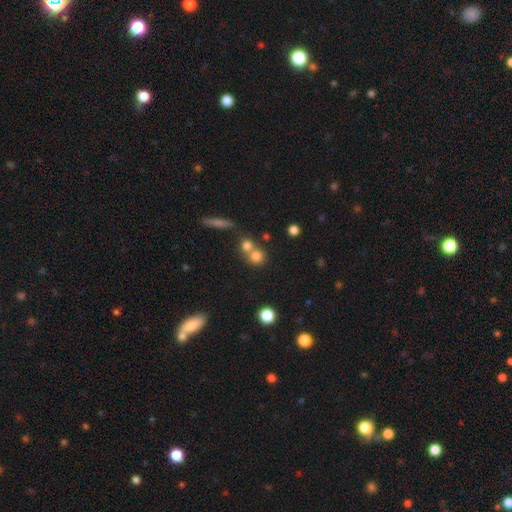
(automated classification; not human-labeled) A smooth galaxy with no disk features (76%) that is round (86%).

Vote fractions:
- Smooth or featured? smooth: 76% / star or artifact: 13% / featured or disk: 11%
- How rounded? round: 86% / in between: 12% / cigar-shaped: 2%
- Merging? merger: 47% / none: 43% / minor disturbance: 6% / major disturbance: 3%